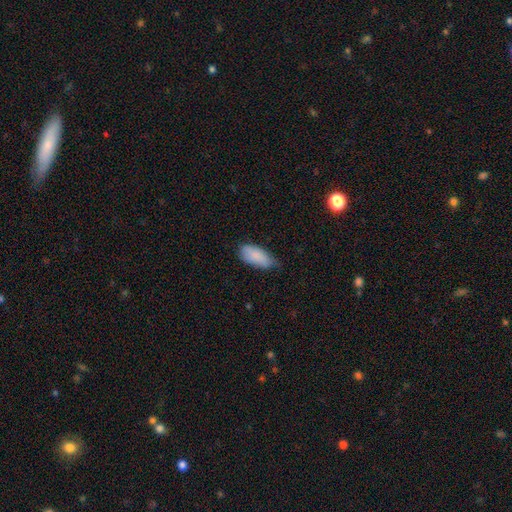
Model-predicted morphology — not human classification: A smooth galaxy with no disk features (87%) that is in between round and cigar-shaped (90%).

Vote fractions:
- Smooth or featured? smooth: 87% / featured or disk: 7% / star or artifact: 6%
- How rounded? in between: 90% / cigar-shaped: 8% / round: 2%
- Merging? none: 56% / minor disturbance: 37% / major disturbance: 6% / merger: 1%